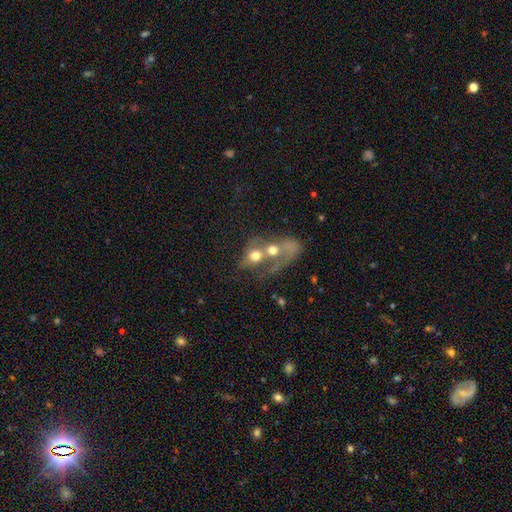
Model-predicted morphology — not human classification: A smooth galaxy with no disk features (51%) that is round (53%). Merging: merger (75%).